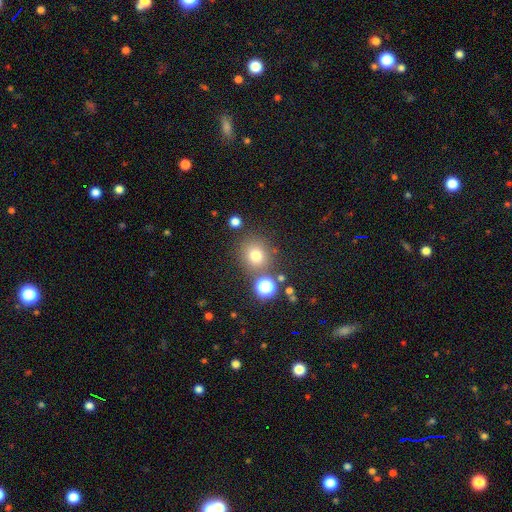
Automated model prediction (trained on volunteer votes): Smooth or featured: smooth — 74% (star or artifact — 17%)
How rounded: round — 88% (in between — 11%)
Merging: none — 78% (minor disturbance — 10%)